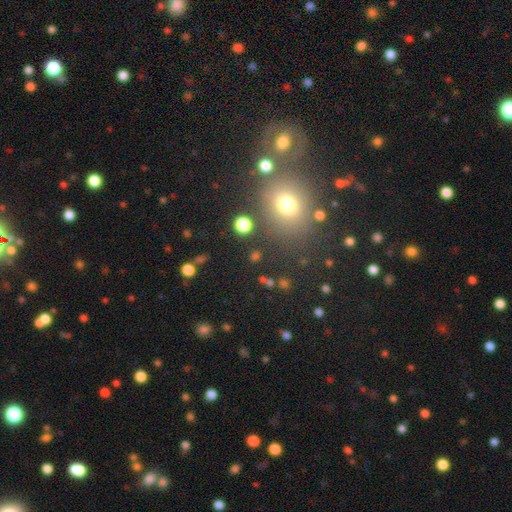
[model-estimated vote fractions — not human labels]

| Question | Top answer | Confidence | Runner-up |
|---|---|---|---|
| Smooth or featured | smooth | 56% | star or artifact (34%) |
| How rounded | round | 73% | in between (25%) |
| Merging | none | 80% | minor disturbance (9%) |